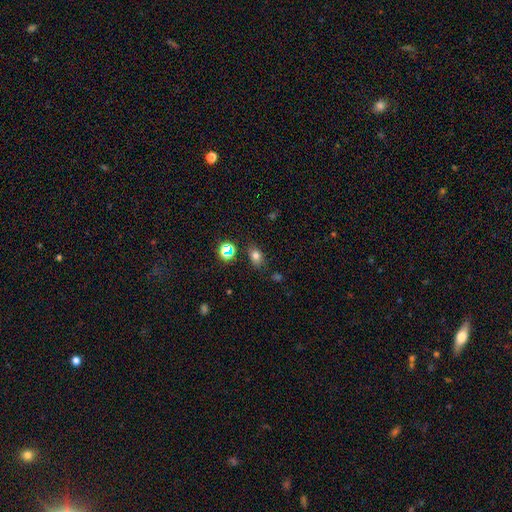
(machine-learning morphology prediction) smooth_or_featured: smooth (p=0.72) [alt: star or artifact p=0.18]
how_rounded: in between (p=0.71) [alt: round p=0.27]
merging: none (p=0.79) [alt: minor disturbance p=0.13]